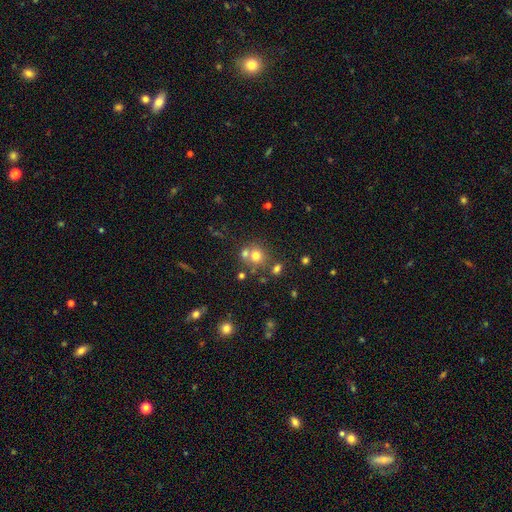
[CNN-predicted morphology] Smooth or featured? Predicted: smooth (p=0.69). How rounded? Predicted: round (p=0.85). Merging? Predicted: none (p=0.55).